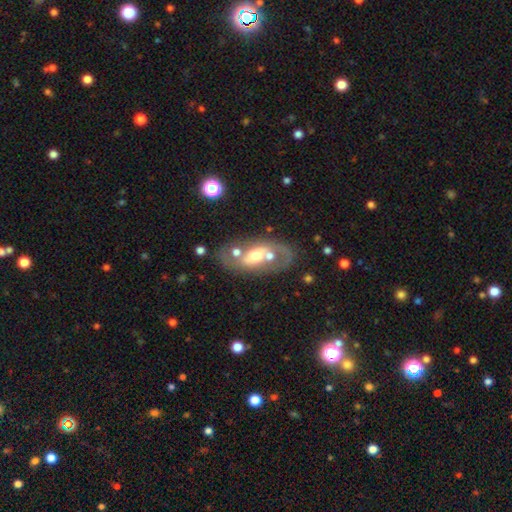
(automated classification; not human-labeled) Smooth or featured: featured or disk — 66% (smooth — 26%)
Edge-on disk: no — 91% (yes — 9%)
Bar: no — 55% (weak — 29%)
Spiral arms: no — 51% (yes — 49%)
Bulge size: moderate — 66% (small — 17%)
Merging: none — 50% (merger — 22%)